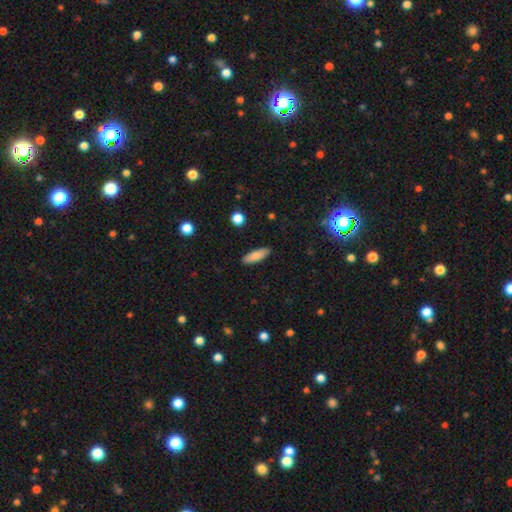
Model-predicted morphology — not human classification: A smooth galaxy with no disk features (79%) that is in between round and cigar-shaped (56%). Merging: none (89%).